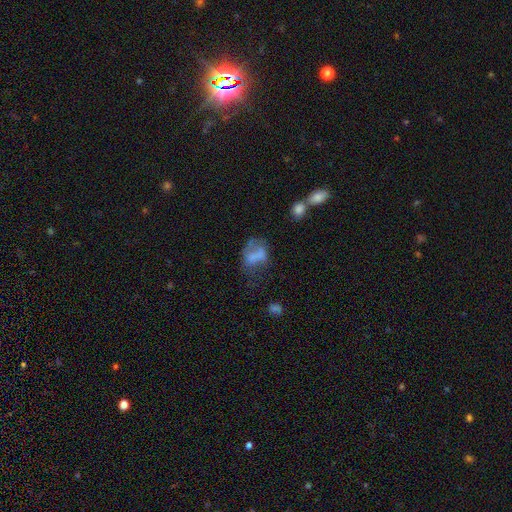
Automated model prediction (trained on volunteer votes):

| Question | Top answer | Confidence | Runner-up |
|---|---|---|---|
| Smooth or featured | smooth | 57% | featured or disk (30%) |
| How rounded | in between | 70% | round (28%) |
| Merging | major disturbance | 31% | none (29%) |